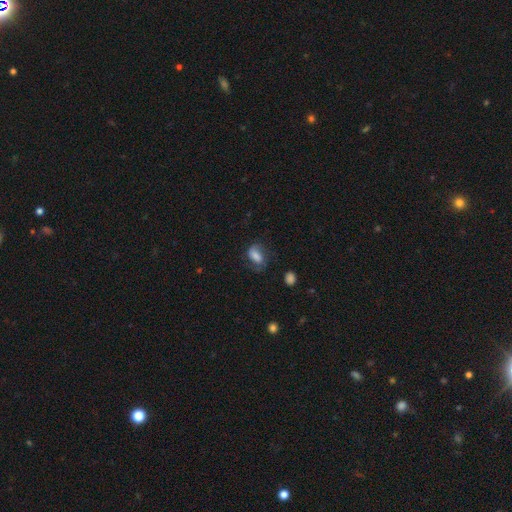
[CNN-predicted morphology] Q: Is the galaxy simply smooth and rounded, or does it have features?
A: smooth — 59%.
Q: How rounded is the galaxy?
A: in between — 84%.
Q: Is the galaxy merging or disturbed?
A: none — 52%.